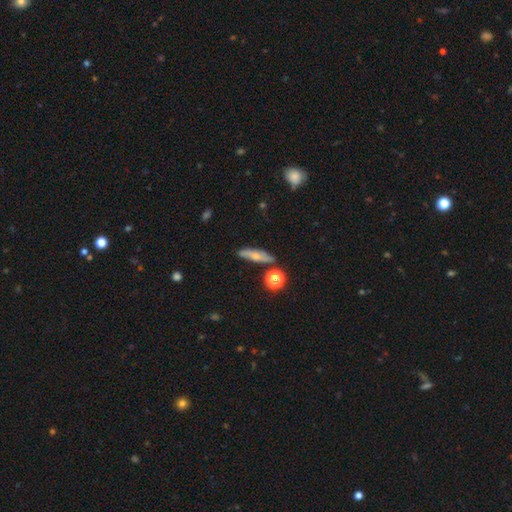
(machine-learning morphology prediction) This is possibly a smooth galaxy (52%). How rounded: likely cigar-shaped (61%). Merging: likely none (75%).